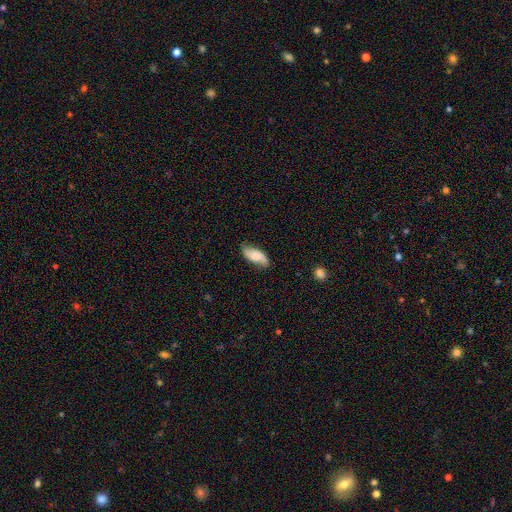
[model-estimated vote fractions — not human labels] Smooth or featured? Predicted: smooth (p=0.51). How rounded? Predicted: in between (p=0.86). Merging? Predicted: none (p=0.73).